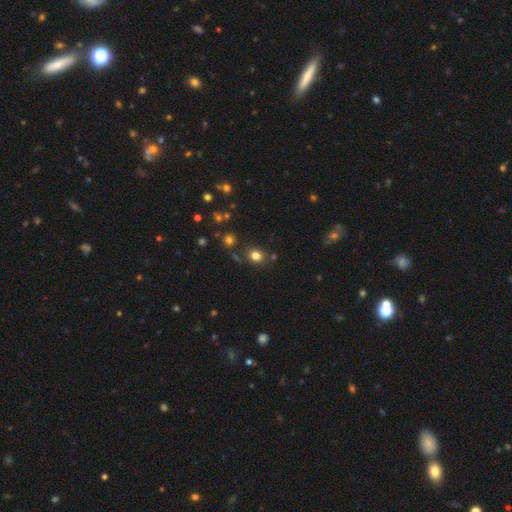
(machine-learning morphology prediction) This is likely a smooth galaxy (78%). How rounded: likely round (66%). Merging: likely none (79%).